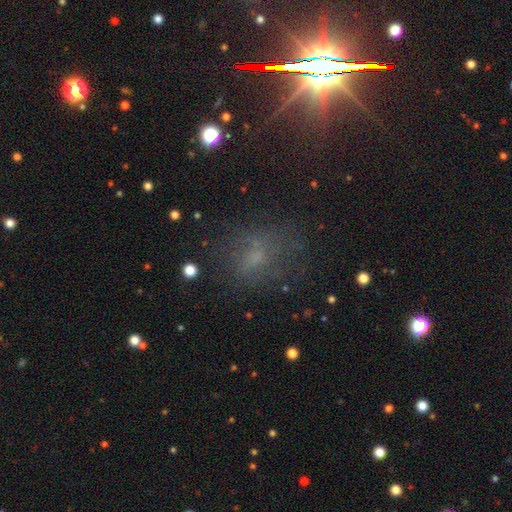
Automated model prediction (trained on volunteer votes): smooth-or-featured: smooth: 44% | star or artifact: 32% | featured or disk: 25%
  merging: none: 60% | minor disturbance: 19% | major disturbance: 18% | merger: 3%